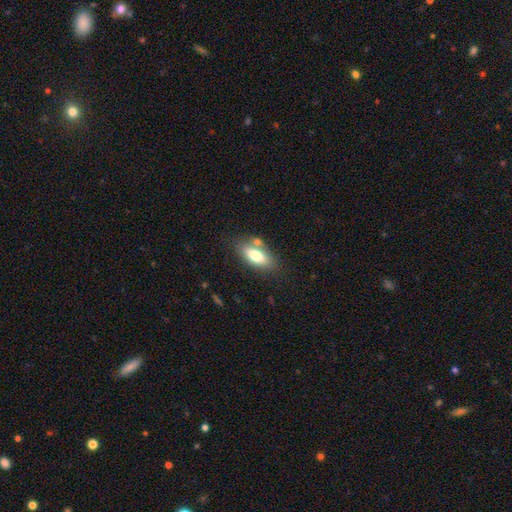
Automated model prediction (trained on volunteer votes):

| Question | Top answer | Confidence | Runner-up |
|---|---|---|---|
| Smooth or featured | smooth | 73% | featured or disk (20%) |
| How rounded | in between | 82% | cigar-shaped (14%) |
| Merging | none | 69% | merger (14%) |